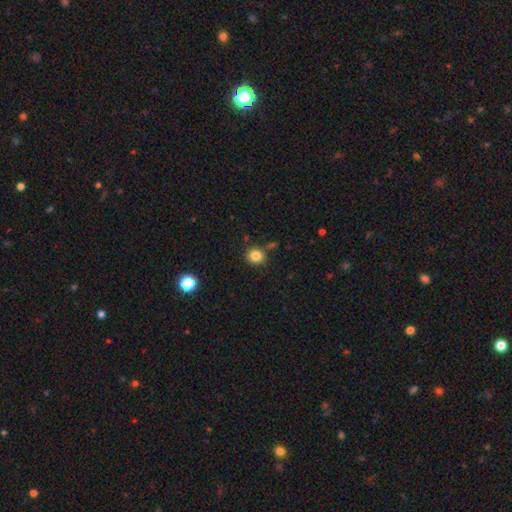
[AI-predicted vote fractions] Q: Smooth or featured?
A: smooth (84%); runner-up: star or artifact (12%)
Q: How rounded?
A: round (85%); runner-up: in between (14%)
Q: Merging?
A: none (83%); runner-up: minor disturbance (9%)